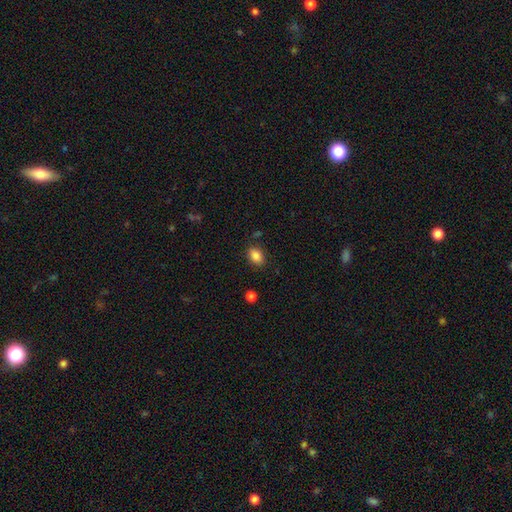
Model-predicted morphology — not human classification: Smooth or featured? Predicted: smooth (p=0.86). How rounded? Predicted: in between (p=0.80). Merging? Predicted: none (p=0.84).